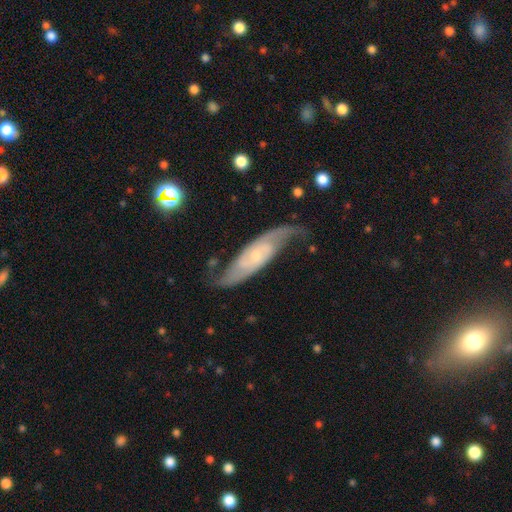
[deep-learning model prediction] featured or disk 82%, smooth 13%, star or artifact 5%. Down the decision tree: edge-on disk — no (85%); bar — no (59%); spiral arms — yes (95%); spiral arm count — 2 (82%); spiral winding — medium (44%); bulge size — small (65%); merging — none (67%).